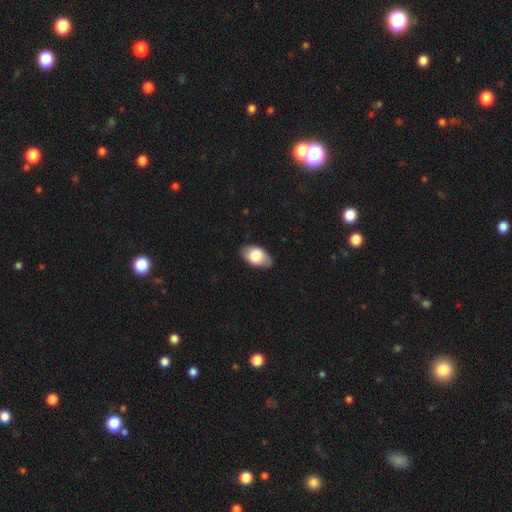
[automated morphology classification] The model was most divided on "merging": none: 78%, minor disturbance: 18%, major disturbance: 3%, merger: 1%. More confident: how rounded — in between (93%); smooth or featured — smooth (80%).